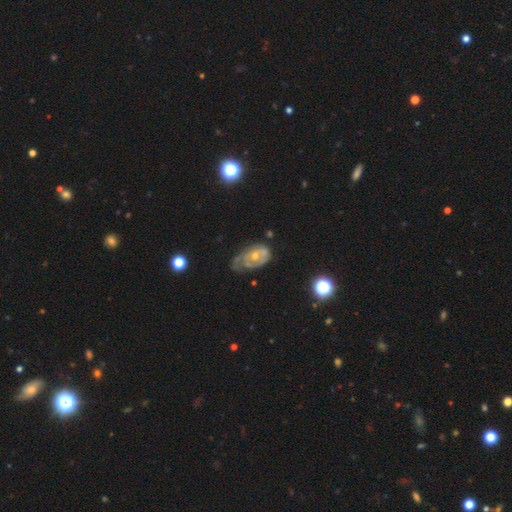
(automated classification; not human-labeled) Overall: featured or disk (68%). Edge-on disk: no (95%). Bar: no (79%). Spiral arms: yes (67%; no 33%). Bulge size: moderate (48%; small 47%). Merging: minor disturbance (36%; none 31%).